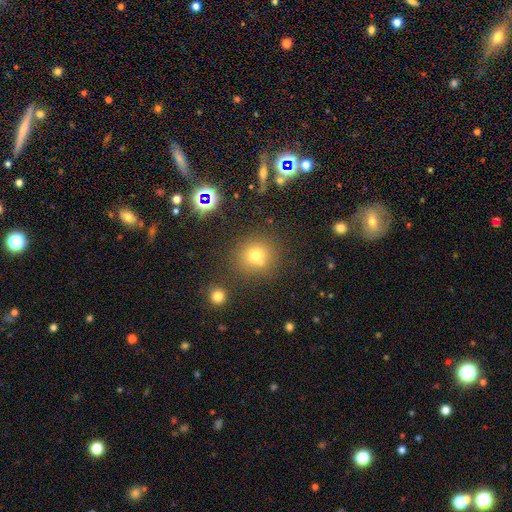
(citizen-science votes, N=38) Q: Smooth or featured?
A: smooth (82%); runner-up: featured or disk (11%)
Q: How rounded?
A: round (84%); runner-up: in between (16%)
Q: Merging?
A: none (66%); runner-up: merger (17%)